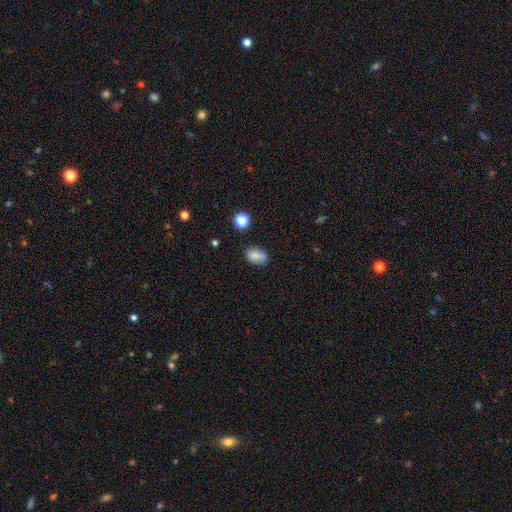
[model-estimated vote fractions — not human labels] Smooth or featured? smooth (82%)
How rounded? in between (85%)
Merging? none (76%)